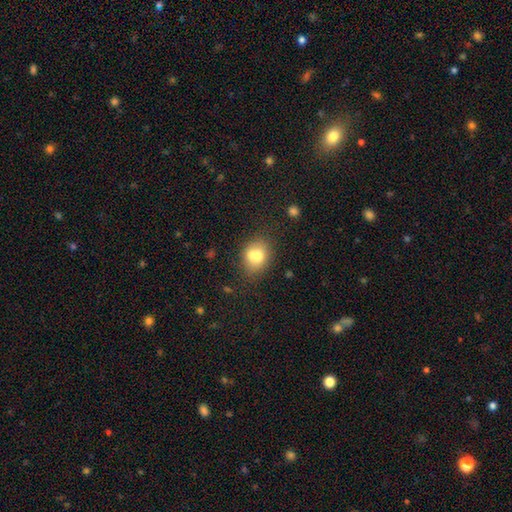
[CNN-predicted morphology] The model was most divided on "merging": none: 43%, merger: 42%, minor disturbance: 11%, major disturbance: 4%. More confident: smooth or featured — smooth (68%); how rounded — round (56%).